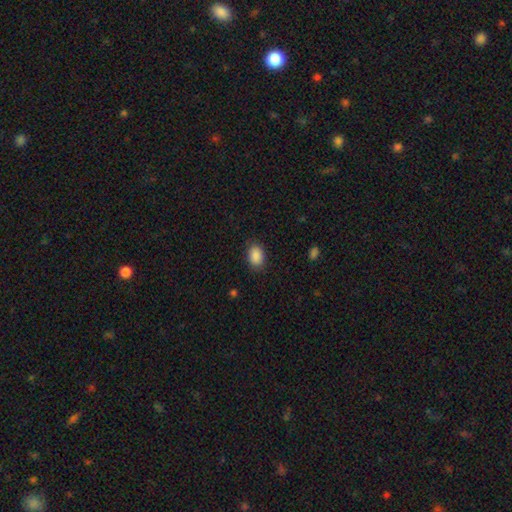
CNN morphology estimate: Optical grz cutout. It shows a smooth galaxy with no disk features (89%) that is in between round and cigar-shaped (82%). Merging: none (85%).